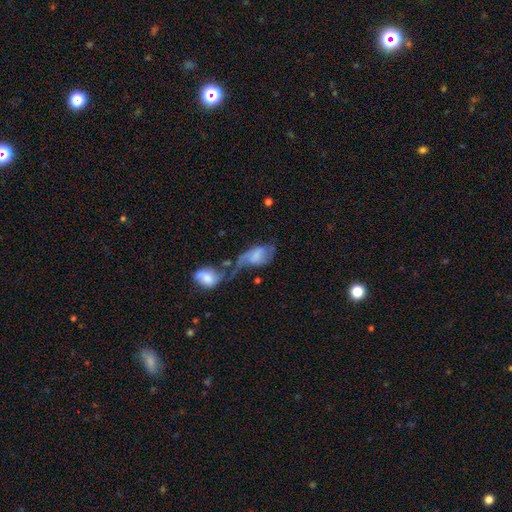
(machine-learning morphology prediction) Smooth or featured? smooth (49%)
Merging? merger (57%)